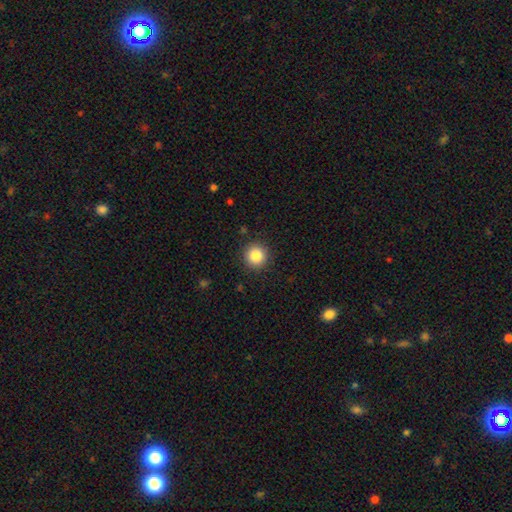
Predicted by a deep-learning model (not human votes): Smooth or featured?
  - smooth: 85% *
  - star or artifact: 10%
  - featured or disk: 5%
How rounded?
  - round: 95% *
  - in between: 4%
  - cigar-shaped: 1%
Merging?
  - none: 91% *
  - minor disturbance: 6%
  - major disturbance: 2%
  - merger: 1%